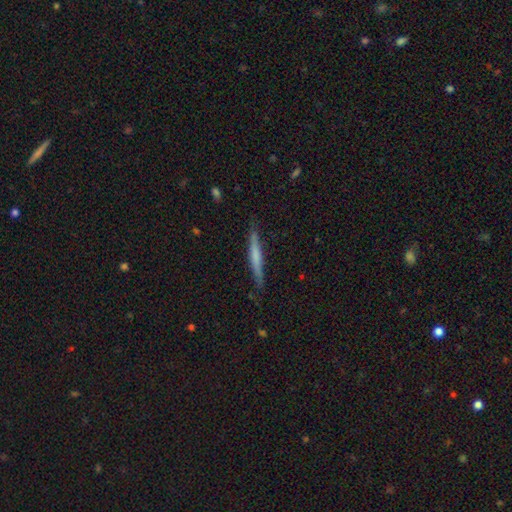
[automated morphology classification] This appears to be a smooth galaxy with no disk features (48%). Merging: none (85%).